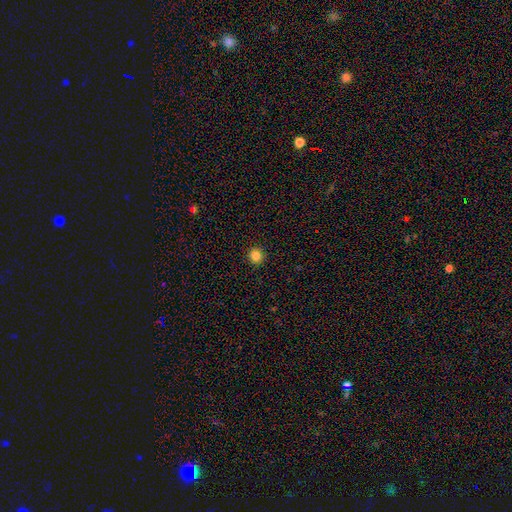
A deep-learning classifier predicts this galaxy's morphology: Smooth or featured?
  - smooth: 85% *
  - star or artifact: 12%
  - featured or disk: 3%
How rounded?
  - round: 93% *
  - in between: 6%
  - cigar-shaped: 1%
Merging?
  - none: 93% *
  - minor disturbance: 4%
  - major disturbance: 2%
  - merger: 1%